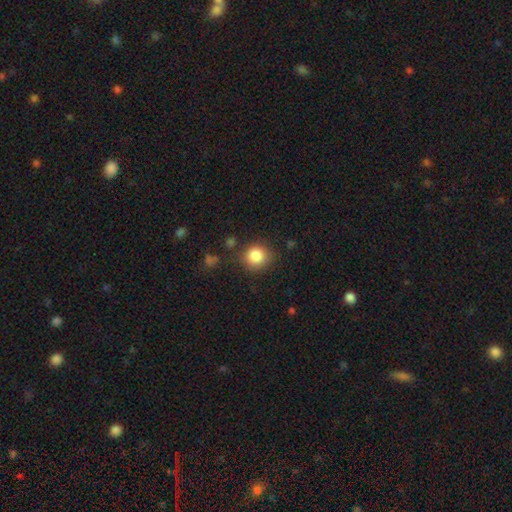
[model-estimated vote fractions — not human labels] Smooth or featured?
  - smooth: 86% *
  - star or artifact: 10%
  - featured or disk: 5%
How rounded?
  - round: 86% *
  - in between: 13%
  - cigar-shaped: 1%
Merging?
  - none: 79% *
  - minor disturbance: 13%
  - major disturbance: 4%
  - merger: 3%